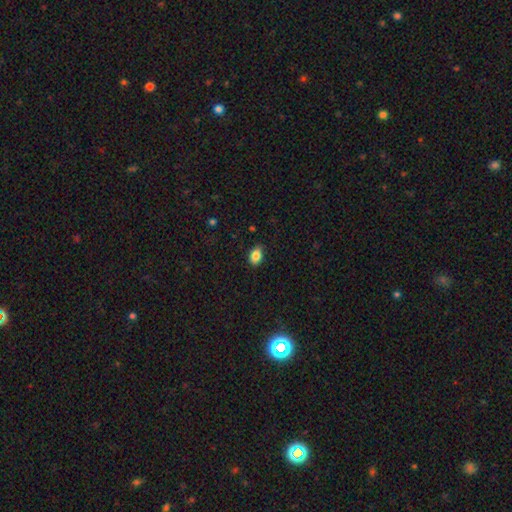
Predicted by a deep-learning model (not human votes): Smooth or featured?
  - smooth: 85% *
  - star or artifact: 9%
  - featured or disk: 6%
How rounded?
  - in between: 84% *
  - round: 14%
  - cigar-shaped: 2%
Merging?
  - none: 83% *
  - minor disturbance: 13%
  - major disturbance: 2%
  - merger: 1%